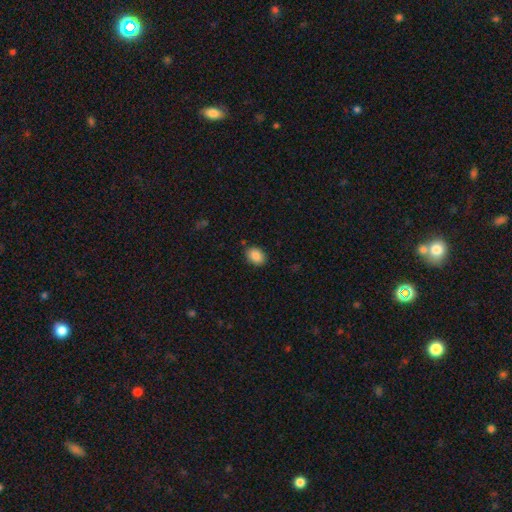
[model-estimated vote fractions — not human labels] Smooth or featured? smooth (87%)
How rounded? in between (68%)
Merging? none (86%)